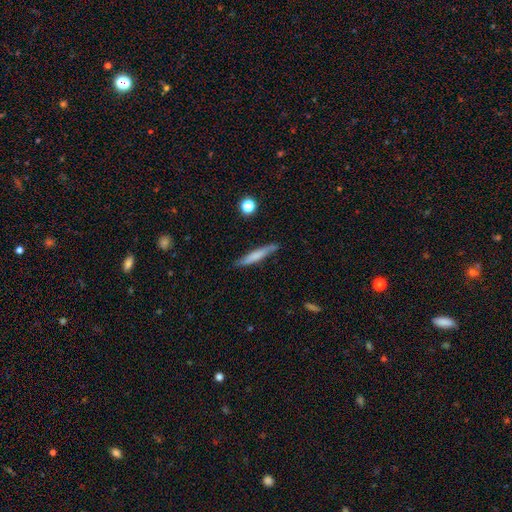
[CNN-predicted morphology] Smooth or featured? smooth (66%)
How rounded? cigar-shaped (93%)
Merging? none (81%)